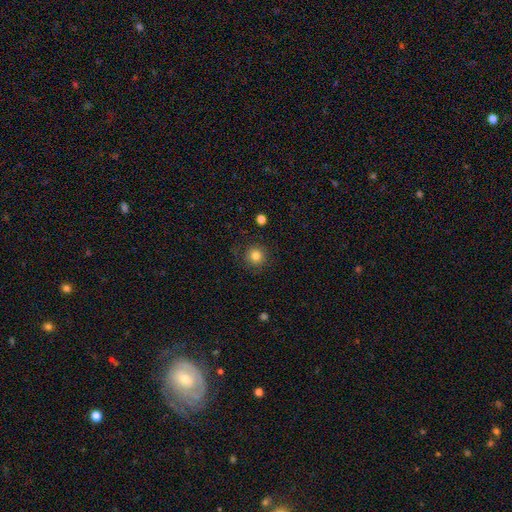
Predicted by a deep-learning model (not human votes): The model was most divided on "smooth or featured": smooth: 82%, star or artifact: 12%, featured or disk: 6%. More confident: how rounded — round (94%); merging — none (87%).